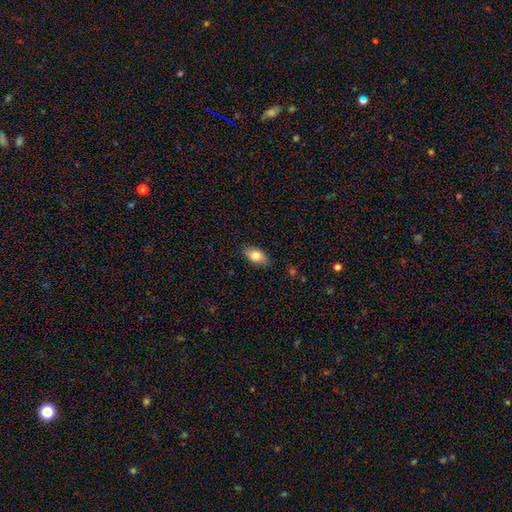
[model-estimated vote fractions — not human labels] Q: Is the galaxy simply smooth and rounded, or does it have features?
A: smooth — 77%.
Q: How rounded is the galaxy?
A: in between — 89%.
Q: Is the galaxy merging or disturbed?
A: none — 85%.